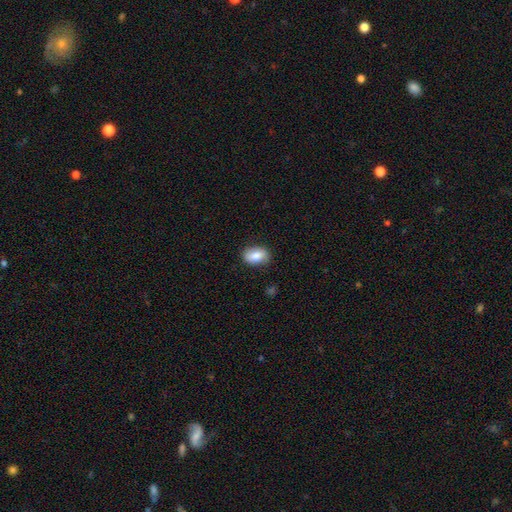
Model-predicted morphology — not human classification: This is clearly a smooth galaxy (83%). How rounded: clearly in between (84%). Merging: clearly none (83%).